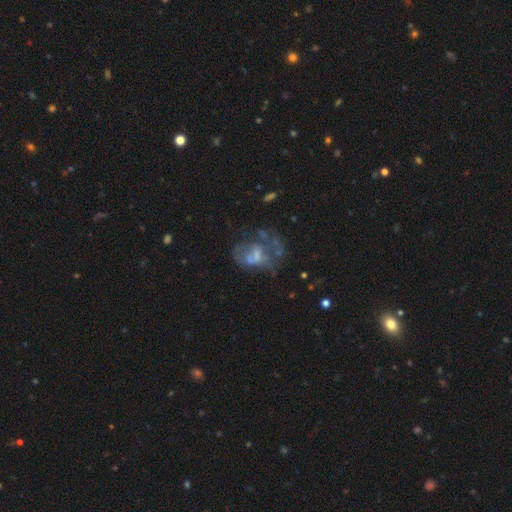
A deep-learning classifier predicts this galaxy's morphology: Overall: featured or disk (58%; smooth 28%). Edge-on disk: no (97%). Bar: no (72%). Spiral arms: no (77%). Bulge size: none (37%; moderate 29%). Merging: major disturbance (39%; none 29%).